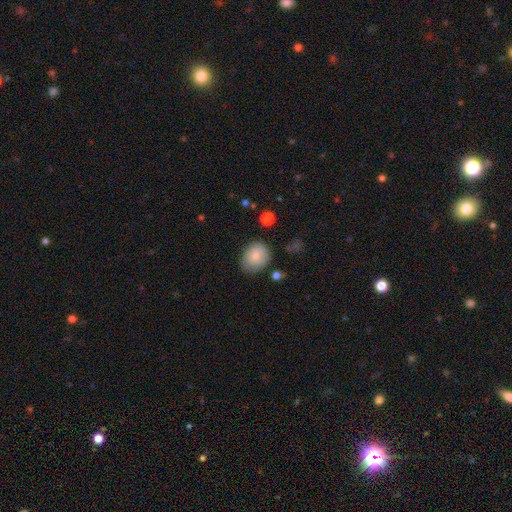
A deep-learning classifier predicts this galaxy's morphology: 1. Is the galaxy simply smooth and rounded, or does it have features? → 82% smooth, 10% featured or disk, 8% star or artifact.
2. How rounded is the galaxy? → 52% in between, 47% round, 1% cigar-shaped.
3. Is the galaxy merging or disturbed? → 70% none, 23% minor disturbance, 5% major disturbance, 2% merger.